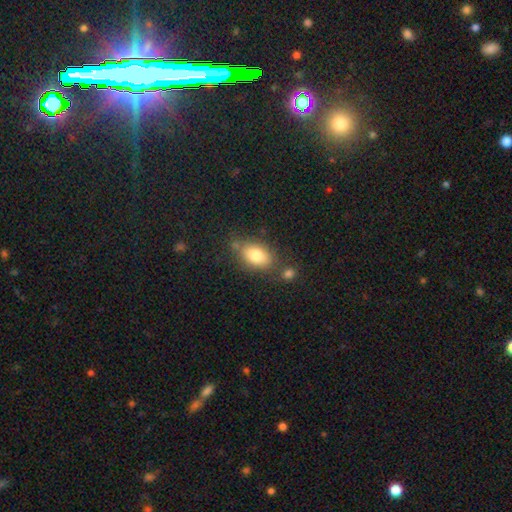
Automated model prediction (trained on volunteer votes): smooth_or_featured: smooth (p=0.80) [alt: featured or disk p=0.12]
how_rounded: in between (p=0.86) [alt: round p=0.11]
merging: none (p=0.66) [alt: minor disturbance p=0.17]